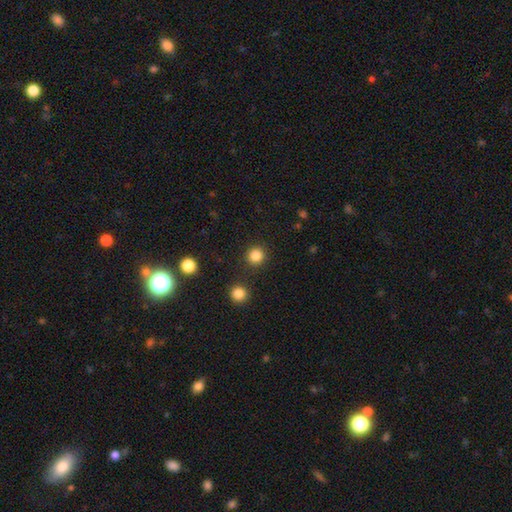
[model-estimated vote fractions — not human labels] smooth-or-featured: smooth: 84% | star or artifact: 12% | featured or disk: 3%
  how-rounded: round: 93% | in between: 7% | cigar-shaped: 1%
  merging: none: 90% | minor disturbance: 5% | merger: 2% | major disturbance: 2%